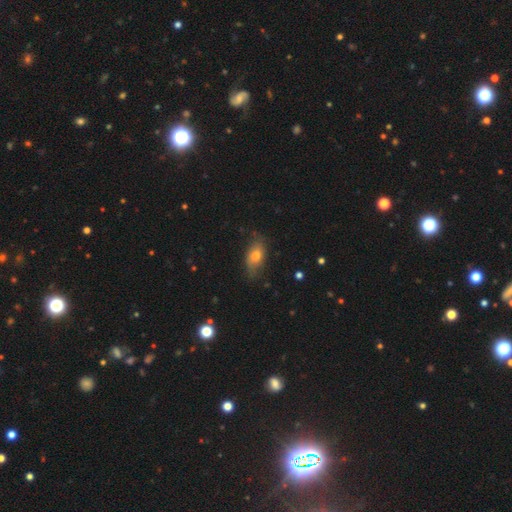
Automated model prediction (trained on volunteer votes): This appears to be a smooth galaxy with no disk features (69%) that is in between round and cigar-shaped (86%). Merging: none (70%).